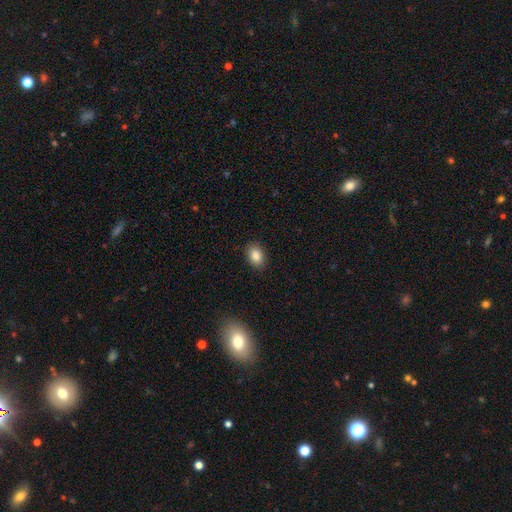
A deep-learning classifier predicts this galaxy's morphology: A smooth galaxy with no disk features (86%) that is in between round and cigar-shaped (80%).

Vote fractions:
- Smooth or featured? smooth: 86% / star or artifact: 8% / featured or disk: 6%
- How rounded? in between: 80% / round: 19% / cigar-shaped: 1%
- Merging? none: 88% / minor disturbance: 9% / major disturbance: 2% / merger: 1%